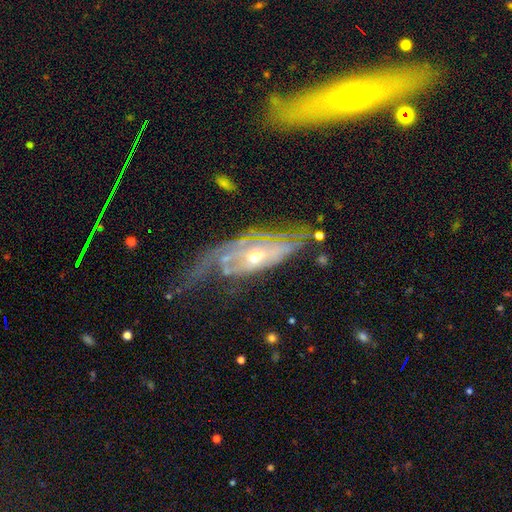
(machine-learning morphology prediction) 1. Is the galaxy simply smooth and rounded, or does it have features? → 76% featured or disk, 16% smooth, 8% star or artifact.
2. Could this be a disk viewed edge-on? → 77% no, 23% yes.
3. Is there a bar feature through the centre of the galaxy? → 69% no, 23% weak, 8% strong.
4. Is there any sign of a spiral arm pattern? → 70% yes, 30% no.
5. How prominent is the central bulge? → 65% moderate, 27% small, 5% large, 2% none, 1% dominant.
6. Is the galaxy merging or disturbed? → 41% none, 31% major disturbance, 23% minor disturbance, 5% merger.